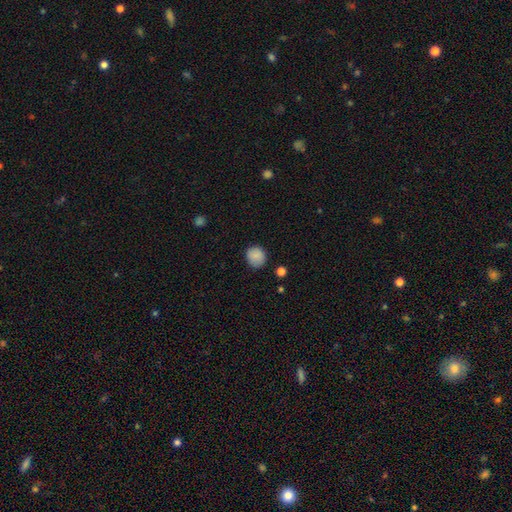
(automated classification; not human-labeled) A smooth galaxy with no disk features (87%) that is round (83%). Merging: none (84%).